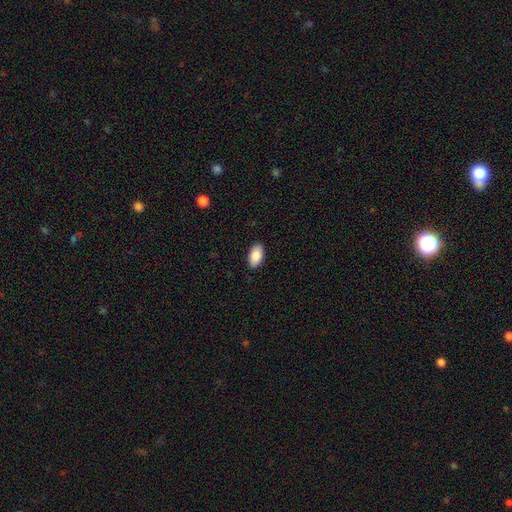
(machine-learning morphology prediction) Overall: smooth (88%). How rounded: in between (95%). Merging: none (89%).